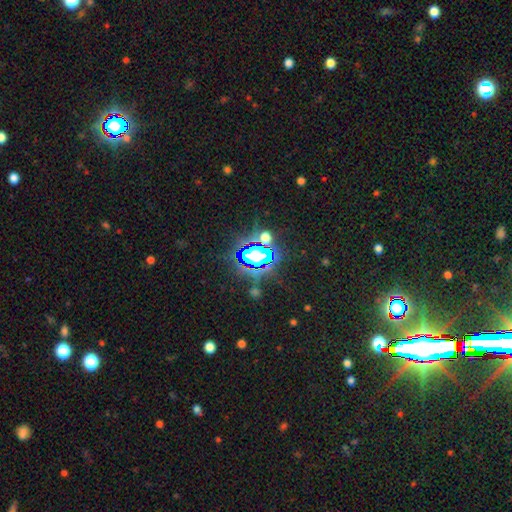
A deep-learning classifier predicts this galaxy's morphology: This appears to be a star or artifact, not a galaxy (69%).